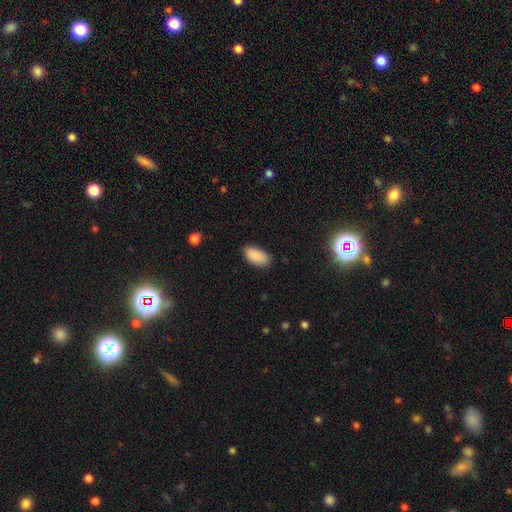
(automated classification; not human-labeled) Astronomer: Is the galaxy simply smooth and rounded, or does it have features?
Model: smooth — 89%.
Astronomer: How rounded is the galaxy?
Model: in between — 94%.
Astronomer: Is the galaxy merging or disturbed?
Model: none — 82%.